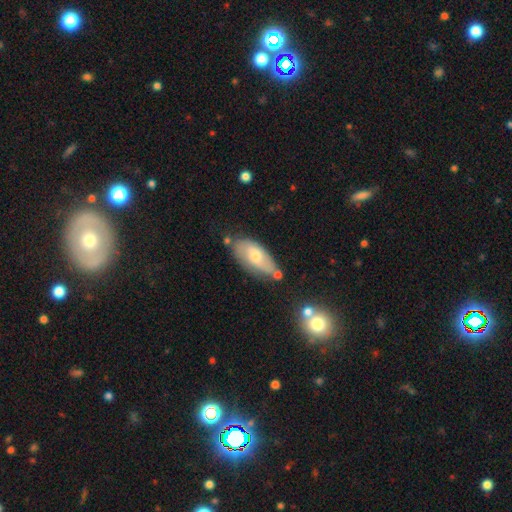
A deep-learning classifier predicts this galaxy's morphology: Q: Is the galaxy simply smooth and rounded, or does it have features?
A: smooth — 55%.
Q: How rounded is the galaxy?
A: in between — 87%.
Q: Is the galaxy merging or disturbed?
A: none — 65%.